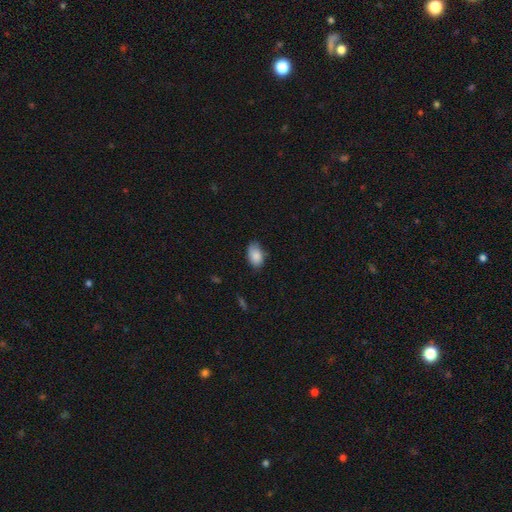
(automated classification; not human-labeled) Smooth or featured? smooth (85%)
How rounded? in between (92%)
Merging? none (66%)